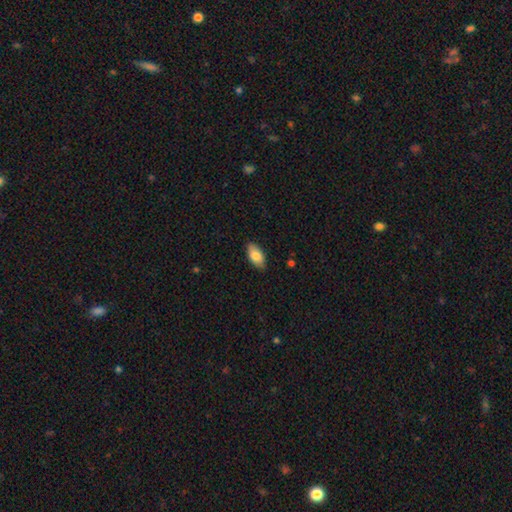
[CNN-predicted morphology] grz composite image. It shows a smooth galaxy with no disk features (80%) that is in between round and cigar-shaped (93%). Merging: none (84%).